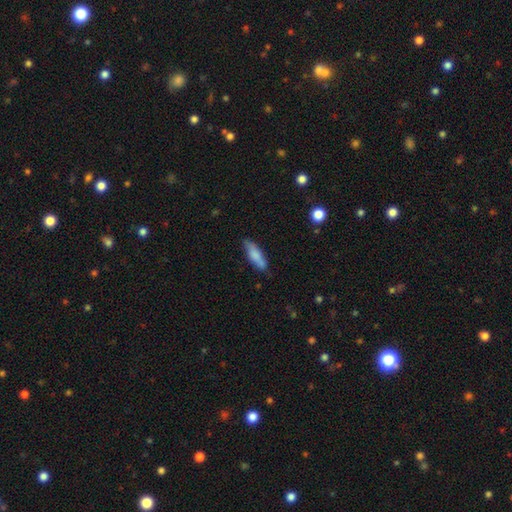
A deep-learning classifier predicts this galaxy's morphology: Smooth or featured: smooth — 77% (featured or disk — 17%)
How rounded: cigar-shaped — 54% (in between — 44%)
Merging: none — 75% (minor disturbance — 19%)